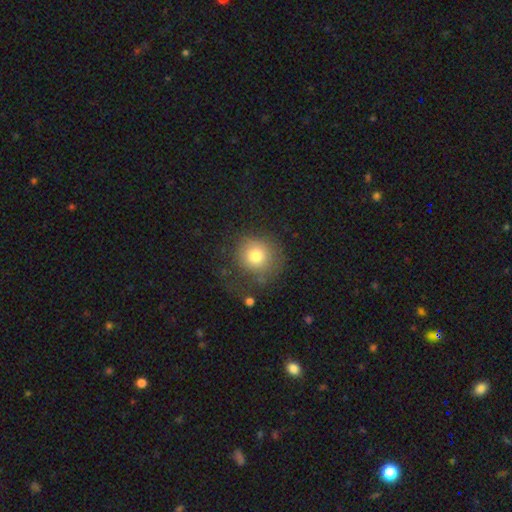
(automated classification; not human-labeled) The model was most divided on "merging": none: 63%, minor disturbance: 19%, major disturbance: 15%, merger: 3%. More confident: how rounded — round (88%); smooth or featured — smooth (77%).